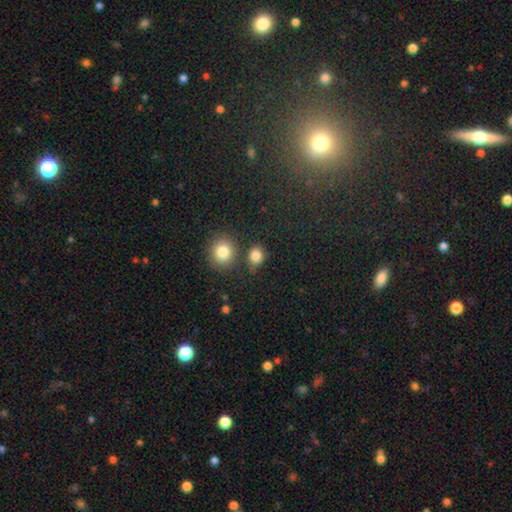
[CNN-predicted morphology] Smooth or featured? Predicted: smooth (p=0.84). How rounded? Predicted: round (p=0.64). Merging? Predicted: none (p=0.70).